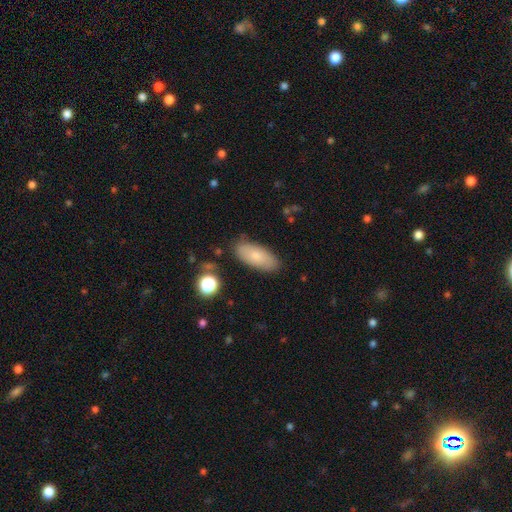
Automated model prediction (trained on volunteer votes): Smooth or featured: smooth — 75% (featured or disk — 17%)
How rounded: in between — 85% (cigar-shaped — 13%)
Merging: none — 81% (minor disturbance — 14%)